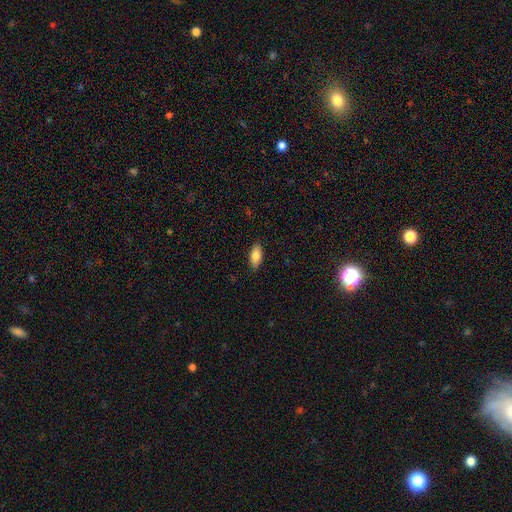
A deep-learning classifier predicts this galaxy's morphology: smooth-or-featured: smooth: 84% | featured or disk: 9% | star or artifact: 7%
  how-rounded: in between: 86% | cigar-shaped: 11% | round: 2%
  merging: none: 88% | minor disturbance: 9% | major disturbance: 2% | merger: 1%